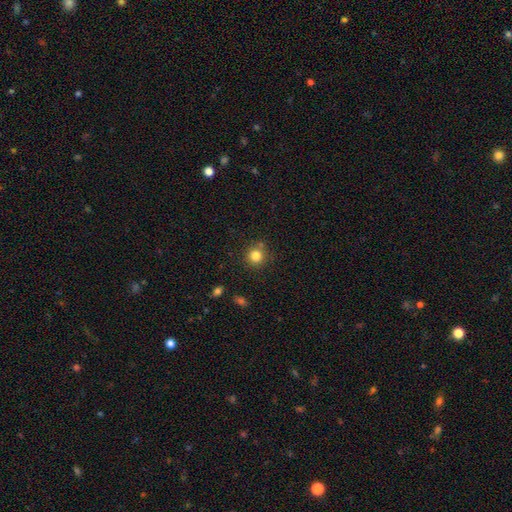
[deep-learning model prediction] Q: Smooth or featured?
A: smooth (82%); runner-up: star or artifact (12%)
Q: How rounded?
A: round (91%); runner-up: in between (8%)
Q: Merging?
A: none (80%); runner-up: minor disturbance (10%)